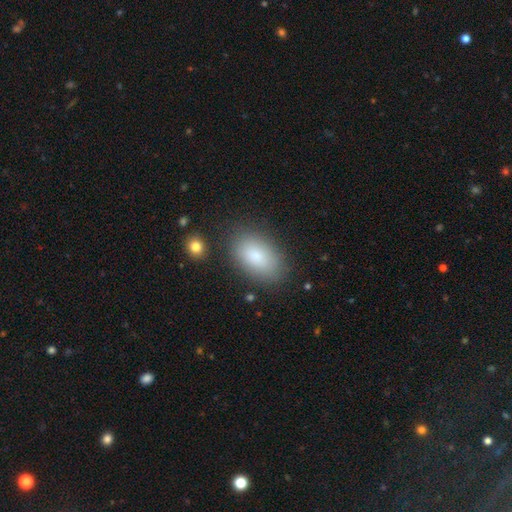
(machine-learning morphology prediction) A smooth galaxy with no disk features (84%) that is in between round and cigar-shaped (93%).

Vote fractions:
- Smooth or featured? smooth: 84% / featured or disk: 8% / star or artifact: 8%
- How rounded? in between: 93% / round: 6% / cigar-shaped: 2%
- Merging? none: 83% / minor disturbance: 11% / major disturbance: 3% / merger: 2%